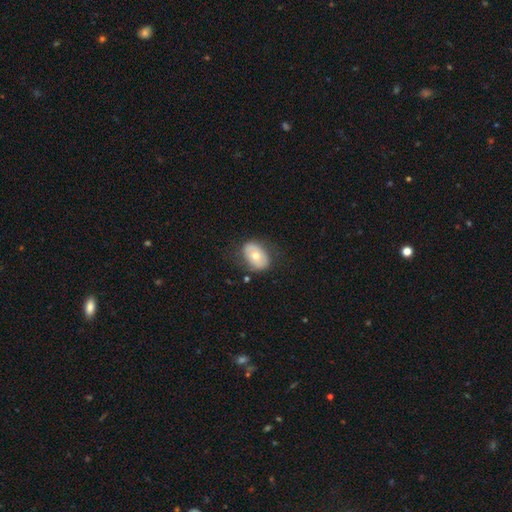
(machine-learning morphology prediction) A smooth galaxy with no disk features (53%) that is in between round and cigar-shaped (79%). Merging: none (75%).